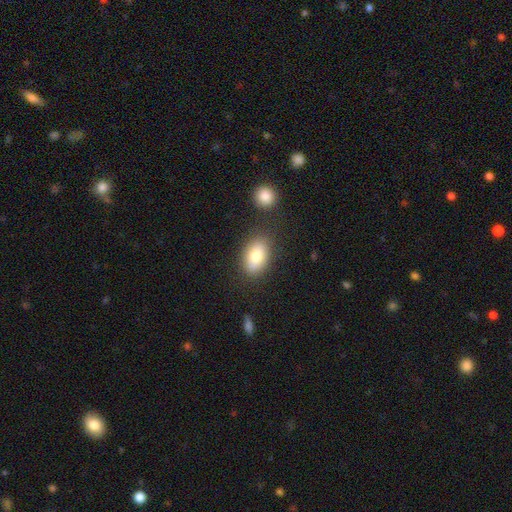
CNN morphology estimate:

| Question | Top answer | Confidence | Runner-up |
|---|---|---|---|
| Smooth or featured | smooth | 81% | featured or disk (12%) |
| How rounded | in between | 86% | round (12%) |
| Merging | none | 78% | minor disturbance (12%) |